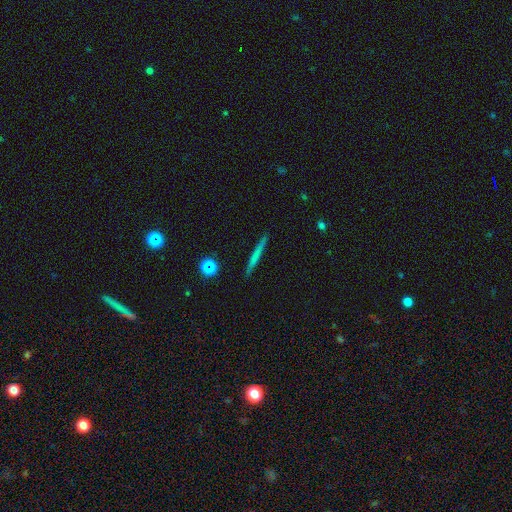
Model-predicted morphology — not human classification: Q: Smooth or featured?
A: smooth (56%); runner-up: featured or disk (35%)
Q: How rounded?
A: cigar-shaped (95%); runner-up: in between (3%)
Q: Merging?
A: none (90%); runner-up: minor disturbance (7%)